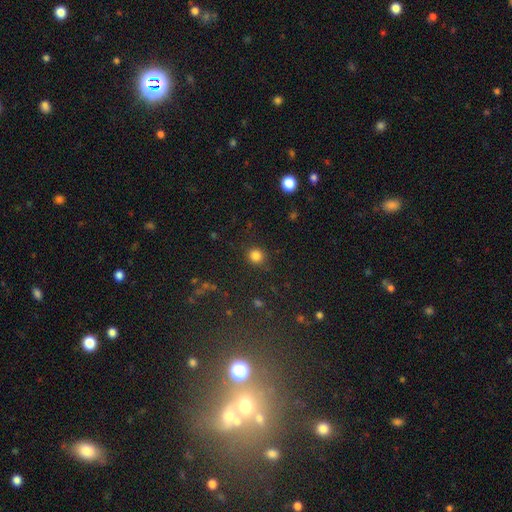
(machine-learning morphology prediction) This appears to be a smooth galaxy with no disk features (83%) that is round (89%). Merging: none (89%).